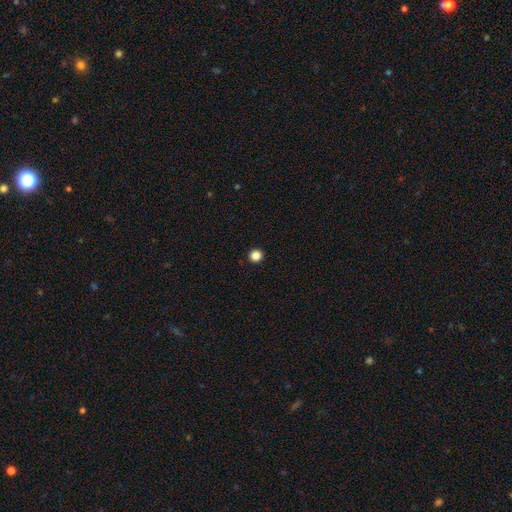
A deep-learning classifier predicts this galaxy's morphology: Smooth or featured: smooth — 86% (star or artifact — 11%)
How rounded: round — 94% (in between — 5%)
Merging: none — 94% (minor disturbance — 4%)